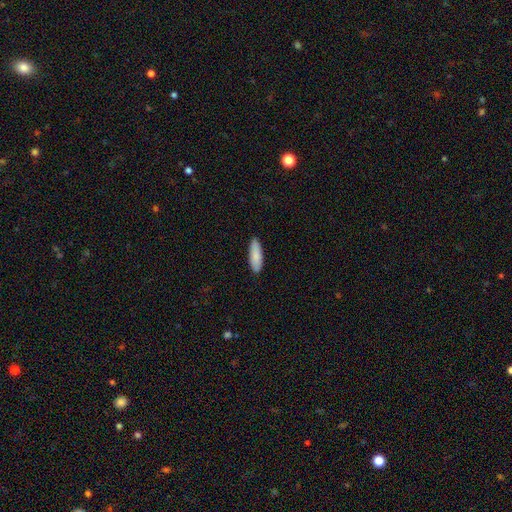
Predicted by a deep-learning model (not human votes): smooth 87%, featured or disk 8%, star or artifact 5%. Down the decision tree: how rounded — in between (55%); merging — none (89%).